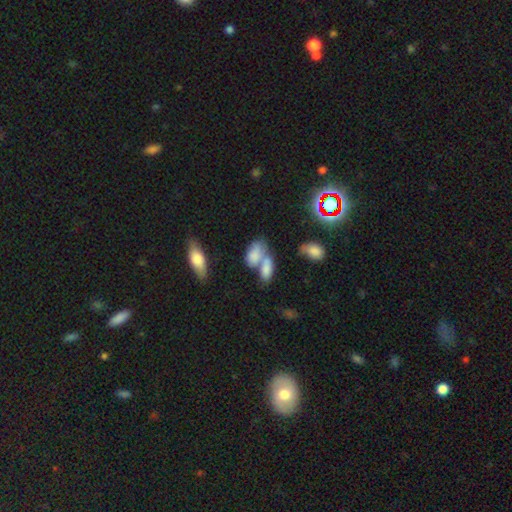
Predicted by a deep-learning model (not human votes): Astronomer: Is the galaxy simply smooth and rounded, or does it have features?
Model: smooth — 72%.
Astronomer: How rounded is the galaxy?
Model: in between — 88%.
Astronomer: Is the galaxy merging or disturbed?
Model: merger — 60%.